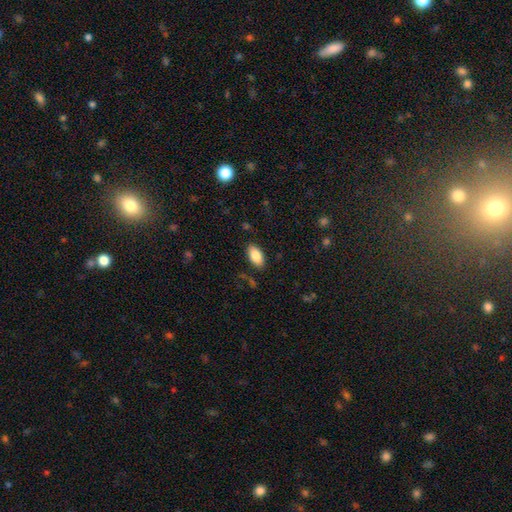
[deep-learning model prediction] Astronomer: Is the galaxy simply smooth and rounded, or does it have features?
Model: smooth — 86%.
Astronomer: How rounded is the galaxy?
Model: in between — 94%.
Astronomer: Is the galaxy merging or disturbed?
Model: none — 87%.